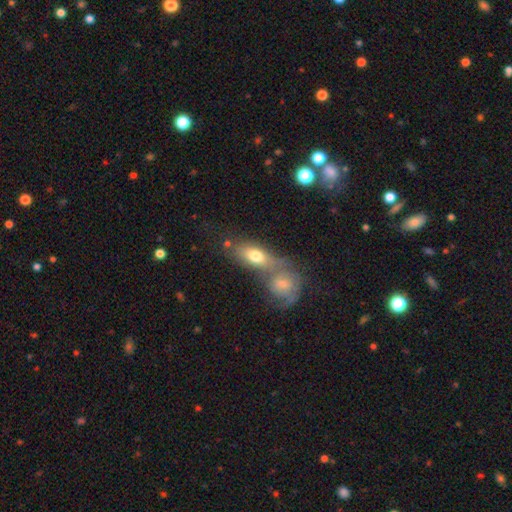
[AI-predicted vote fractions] The model was most divided on "merging": merger: 51%, none: 32%, minor disturbance: 10%, major disturbance: 6%. More confident: how rounded — in between (77%); smooth or featured — smooth (66%).